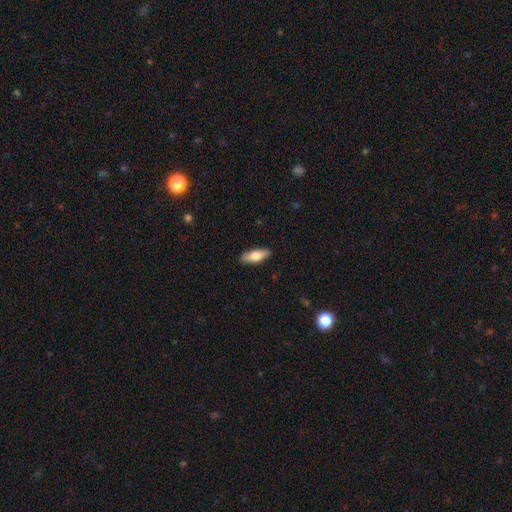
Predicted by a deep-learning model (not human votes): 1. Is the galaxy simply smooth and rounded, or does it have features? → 72% smooth, 22% featured or disk, 6% star or artifact.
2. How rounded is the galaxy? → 68% in between, 30% cigar-shaped, 2% round.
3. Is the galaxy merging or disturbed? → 88% none, 9% minor disturbance, 2% major disturbance, 1% merger.